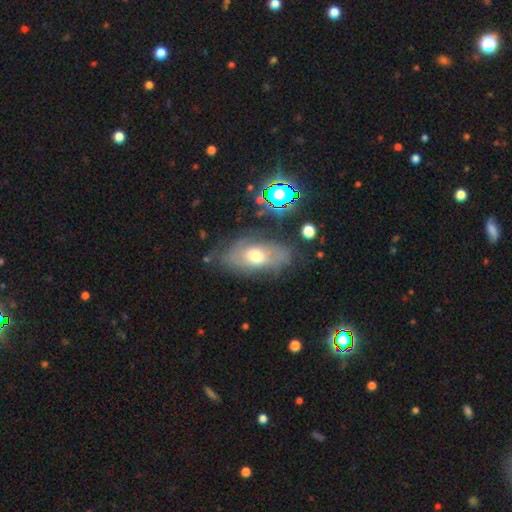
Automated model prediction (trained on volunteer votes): smooth_or_featured: featured or disk (p=0.54) [alt: smooth p=0.36]
disk_edge_on: no (p=0.84) [alt: yes p=0.16]
merging: none (p=0.65) [alt: minor disturbance p=0.22]